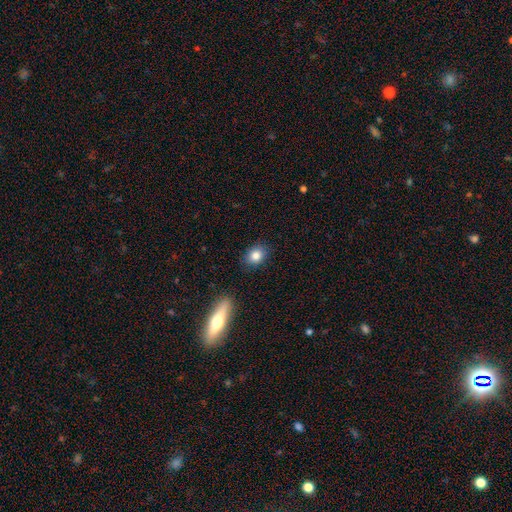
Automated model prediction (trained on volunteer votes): Smooth or featured? Predicted: smooth (p=0.82). How rounded? Predicted: in between (p=0.53). Merging? Predicted: none (p=0.86).